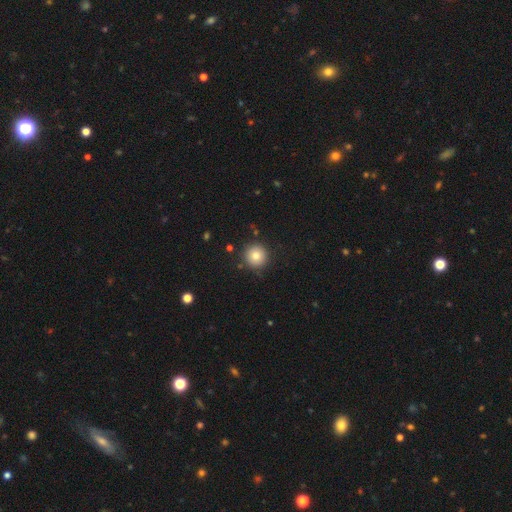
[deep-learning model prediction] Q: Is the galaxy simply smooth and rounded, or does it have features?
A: smooth — 80%.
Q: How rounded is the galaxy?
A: round — 95%.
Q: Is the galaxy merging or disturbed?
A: none — 89%.